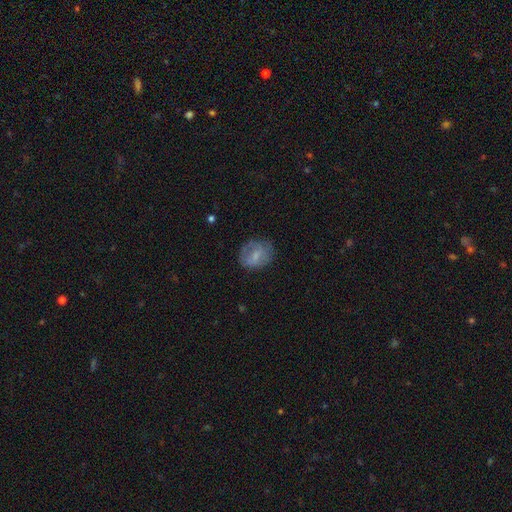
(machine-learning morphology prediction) smooth_or_featured: smooth (p=0.59) [alt: featured or disk p=0.32]
how_rounded: round (p=0.56) [alt: in between p=0.42]
merging: none (p=0.64) [alt: minor disturbance p=0.23]